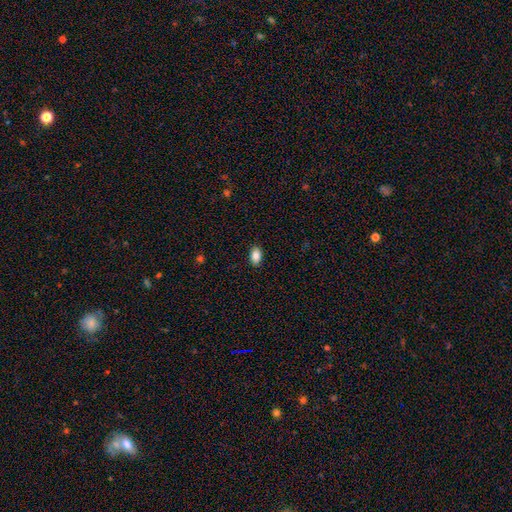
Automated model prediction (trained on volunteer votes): Smooth or featured?
  - smooth: 87% *
  - star or artifact: 8%
  - featured or disk: 5%
How rounded?
  - in between: 91% *
  - round: 7%
  - cigar-shaped: 2%
Merging?
  - none: 89% *
  - minor disturbance: 8%
  - major disturbance: 2%
  - merger: 1%